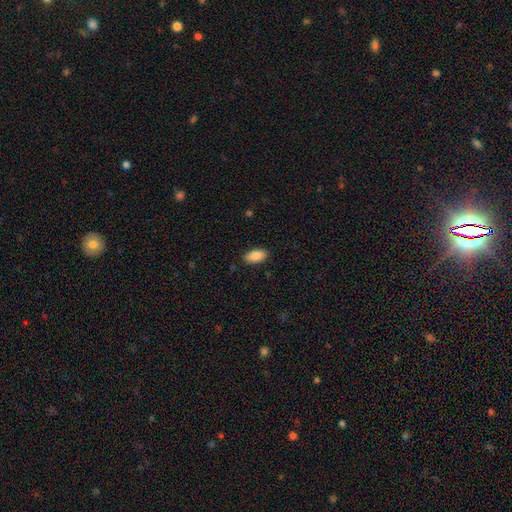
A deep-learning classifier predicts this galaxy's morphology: Smooth or featured: smooth — 88% (star or artifact — 7%)
How rounded: in between — 92% (cigar-shaped — 6%)
Merging: none — 88% (minor disturbance — 9%)